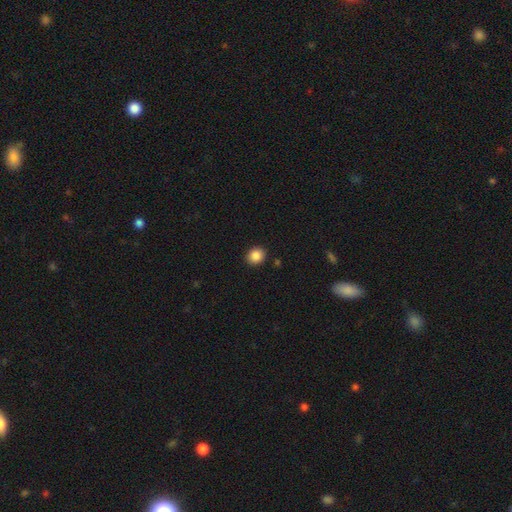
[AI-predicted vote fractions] This appears to be a smooth galaxy with no disk features (87%) that is round (73%). Merging: none (91%).